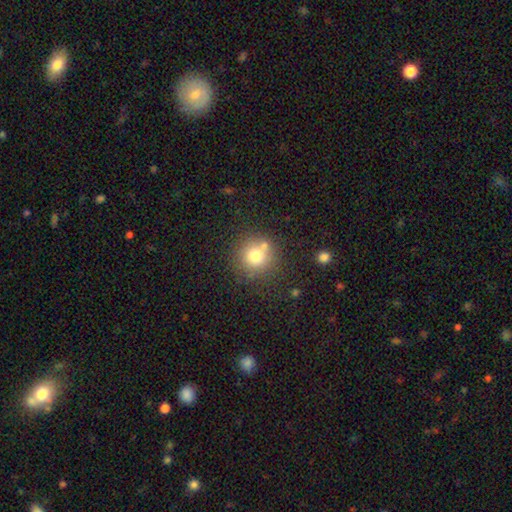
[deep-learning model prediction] A smooth galaxy with no disk features (74%) that is round (92%). Merging: none (70%).